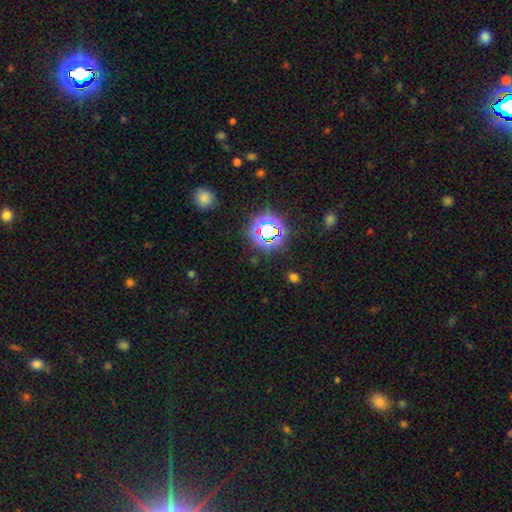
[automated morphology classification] smooth-or-featured: star or artifact: 76% | smooth: 17% | featured or disk: 7%